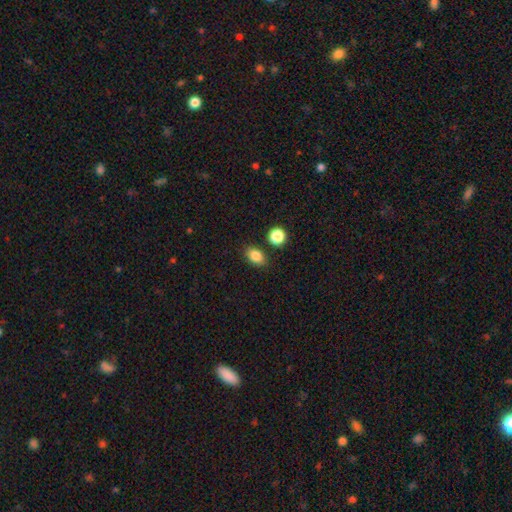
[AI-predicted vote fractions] Morphology: type=smooth (85%); roundness=in between (79%); merging=none (82%).